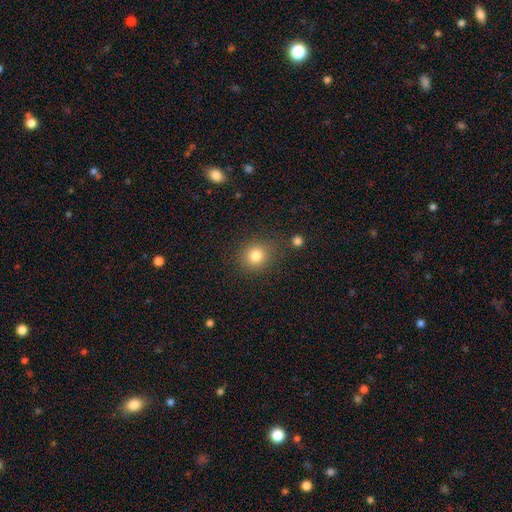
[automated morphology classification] Smooth or featured: smooth — 81% (star or artifact — 12%)
How rounded: round — 81% (in between — 18%)
Merging: none — 82% (minor disturbance — 10%)